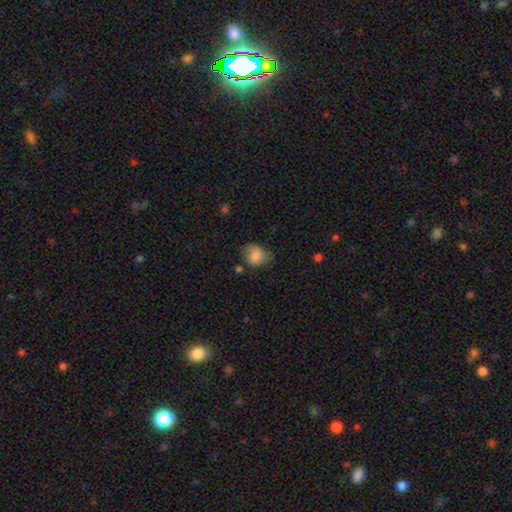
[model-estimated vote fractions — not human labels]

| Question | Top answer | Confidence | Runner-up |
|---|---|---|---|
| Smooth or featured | smooth | 76% | featured or disk (15%) |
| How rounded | in between | 54% | round (45%) |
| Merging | none | 51% | minor disturbance (33%) |